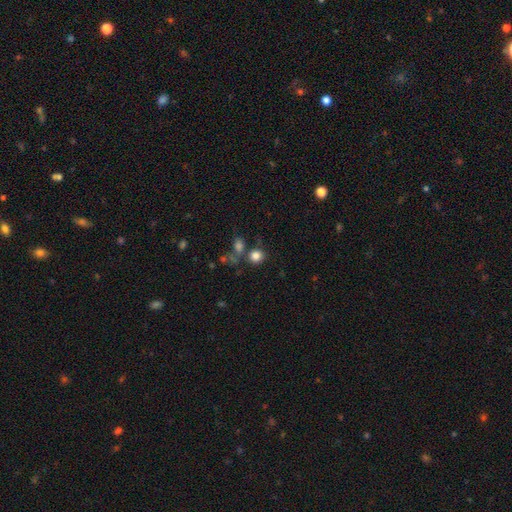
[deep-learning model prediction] Overall: smooth (82%). How rounded: round (82%). Merging: none (67%).